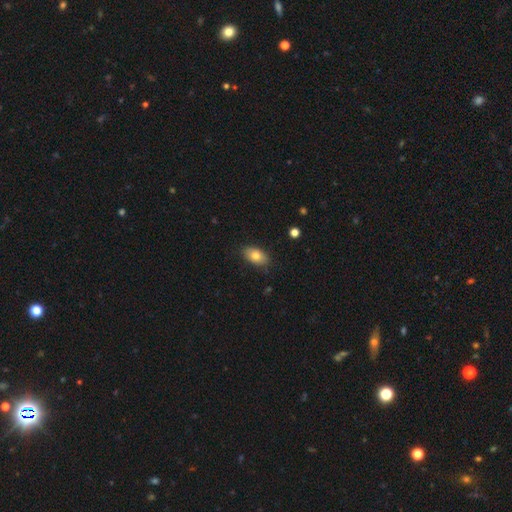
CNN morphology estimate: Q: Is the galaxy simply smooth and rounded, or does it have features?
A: smooth — 79%.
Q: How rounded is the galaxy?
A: in between — 90%.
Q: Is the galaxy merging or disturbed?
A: none — 84%.